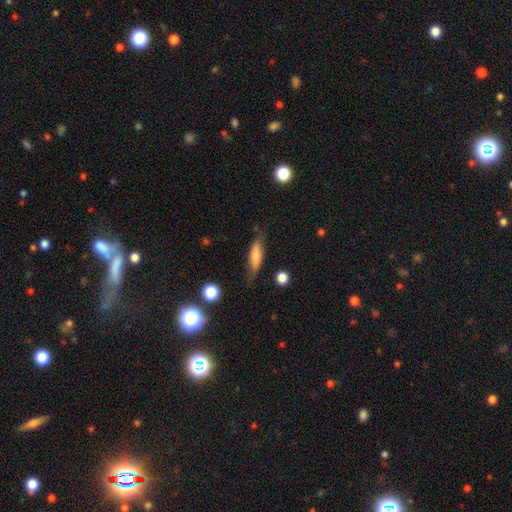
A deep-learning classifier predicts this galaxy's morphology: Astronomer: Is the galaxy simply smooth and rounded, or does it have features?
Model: smooth — 65%.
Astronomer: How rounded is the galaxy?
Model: cigar-shaped — 59% (runner-up: in between, 38%).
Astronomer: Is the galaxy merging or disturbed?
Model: none — 72%.